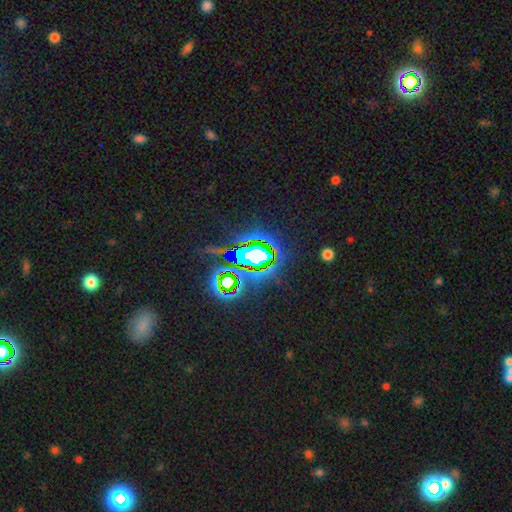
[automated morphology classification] Smooth or featured: star or artifact — 70% (smooth — 16%)